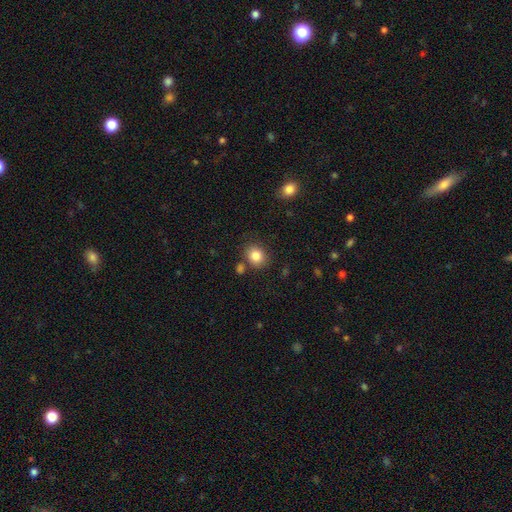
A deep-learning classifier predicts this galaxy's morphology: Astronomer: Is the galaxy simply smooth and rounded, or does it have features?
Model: smooth — 84%.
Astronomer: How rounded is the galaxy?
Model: round — 67%.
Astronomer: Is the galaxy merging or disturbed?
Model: none — 78%.